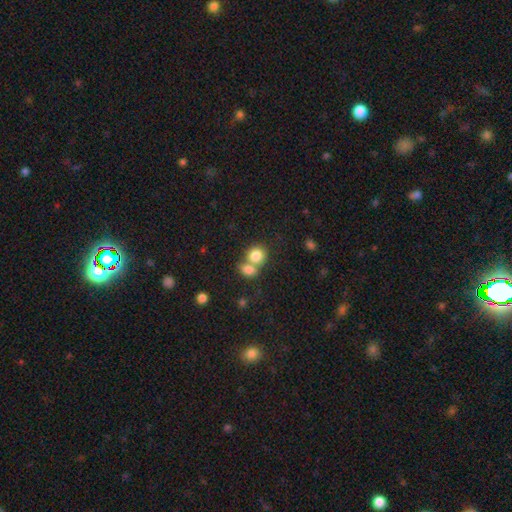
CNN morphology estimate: Smooth or featured: smooth — 82% (star or artifact — 9%)
How rounded: round — 75% (in between — 24%)
Merging: merger — 54% (none — 36%)